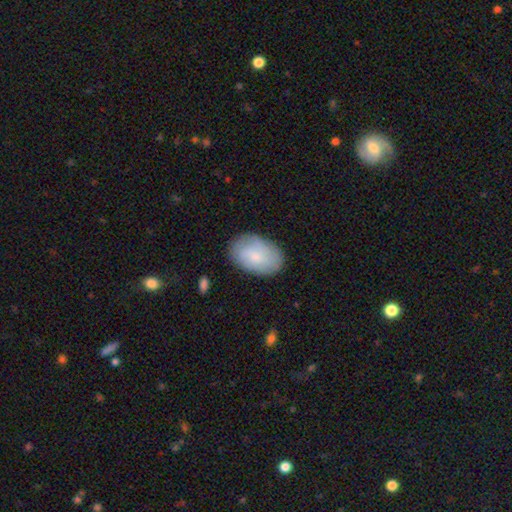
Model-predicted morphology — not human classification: A smooth galaxy with no disk features (72%) that is in between round and cigar-shaped (90%).

Vote fractions:
- Smooth or featured? smooth: 72% / featured or disk: 22% / star or artifact: 6%
- How rounded? in between: 90% / round: 9% / cigar-shaped: 1%
- Merging? none: 80% / minor disturbance: 15% / major disturbance: 3% / merger: 1%